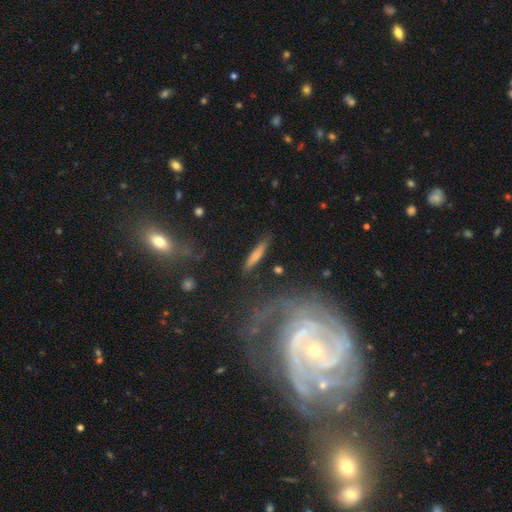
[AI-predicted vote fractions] Overall: smooth (69%). How rounded: cigar-shaped (88%). Merging: none (83%).